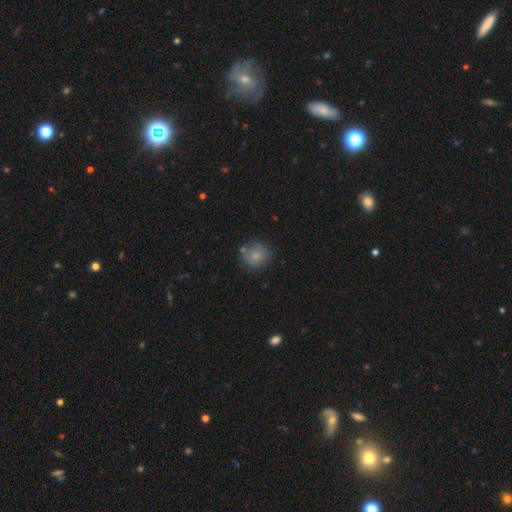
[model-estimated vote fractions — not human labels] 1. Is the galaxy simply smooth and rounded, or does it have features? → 75% smooth, 15% featured or disk, 10% star or artifact.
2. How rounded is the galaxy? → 86% round, 13% in between, 1% cigar-shaped.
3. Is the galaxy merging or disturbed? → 68% none, 19% minor disturbance, 6% merger, 6% major disturbance.